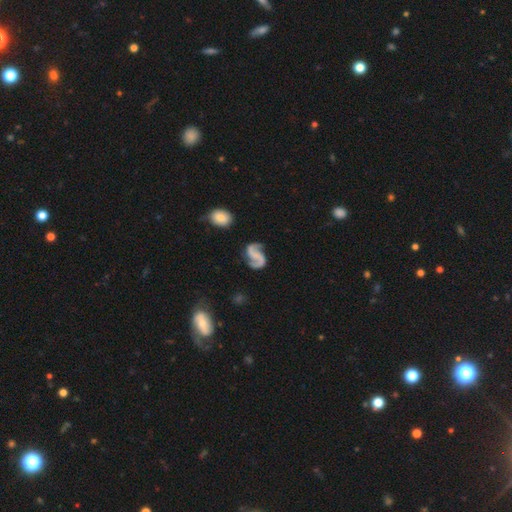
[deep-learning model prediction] Overall: featured or disk (89%). Edge-on disk: no (98%). Bar: no (46%; weak 38%). Spiral arms: yes (97%). Spiral arm count: 2 (93%). Spiral winding: loose (58%; medium 34%). Bulge size: none (65%). Merging: none (76%).